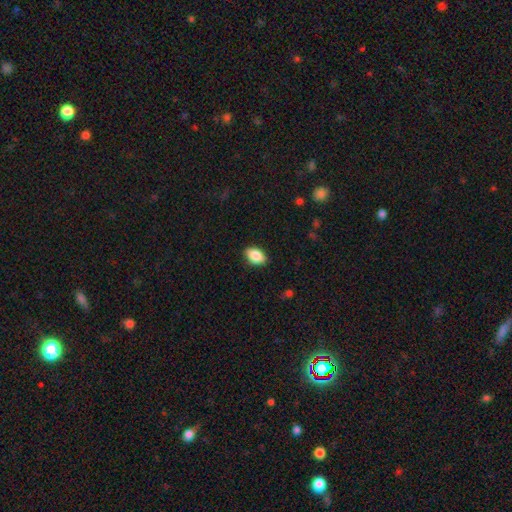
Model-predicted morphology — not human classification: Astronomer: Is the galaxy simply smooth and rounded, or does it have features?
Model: smooth — 88%.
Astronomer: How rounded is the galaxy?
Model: in between — 88%.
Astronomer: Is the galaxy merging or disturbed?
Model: none — 87%.